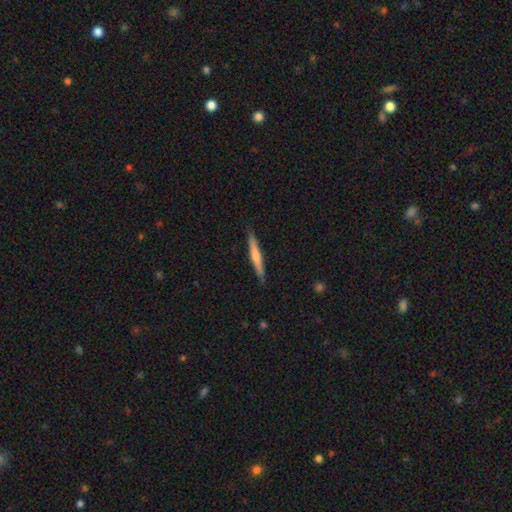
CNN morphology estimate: Overall: smooth (51%; featured or disk 44%). How rounded: cigar-shaped (95%). Merging: none (89%).